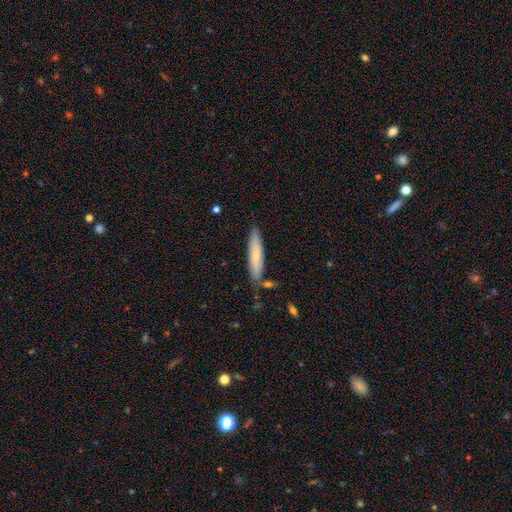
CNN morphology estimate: The model was most divided on "smooth or featured": smooth: 68%, featured or disk: 26%, star or artifact: 6%. More confident: how rounded — cigar-shaped (84%); merging — none (79%).